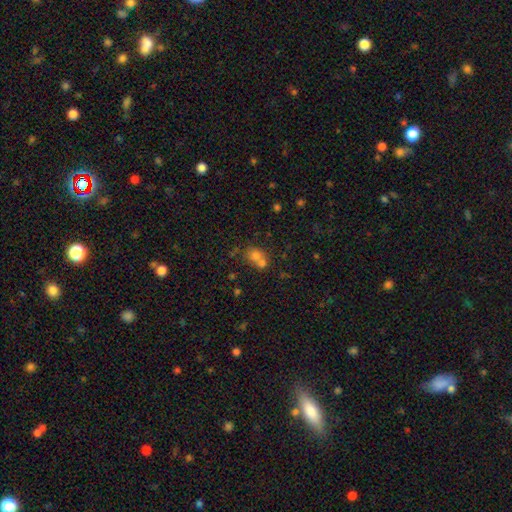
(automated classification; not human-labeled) Smooth or featured? Predicted: smooth (p=0.70). How rounded? Predicted: round (p=0.62). Merging? Predicted: merger (p=0.61).